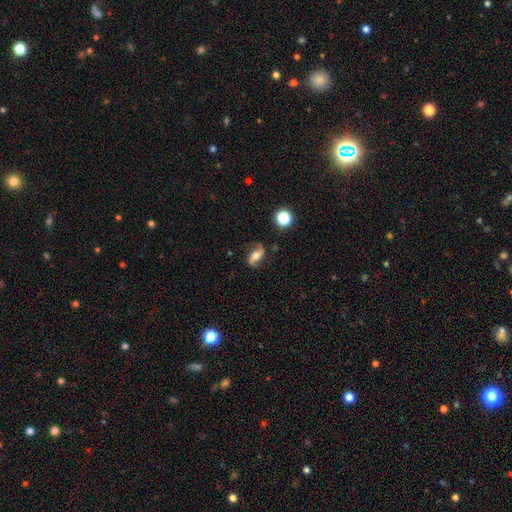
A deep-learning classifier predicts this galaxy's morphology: type=featured or disk (56%); edge-on=no (89%); merging=none (74%).